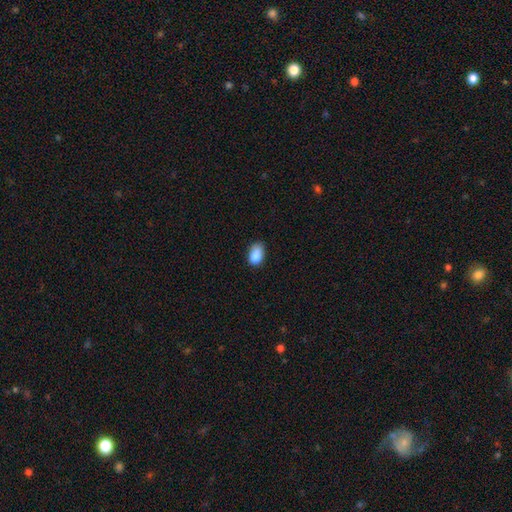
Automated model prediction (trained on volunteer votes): smooth_or_featured: smooth (p=0.86) [alt: star or artifact p=0.08]
how_rounded: in between (p=0.88) [alt: round p=0.11]
merging: none (p=0.67) [alt: minor disturbance p=0.27]